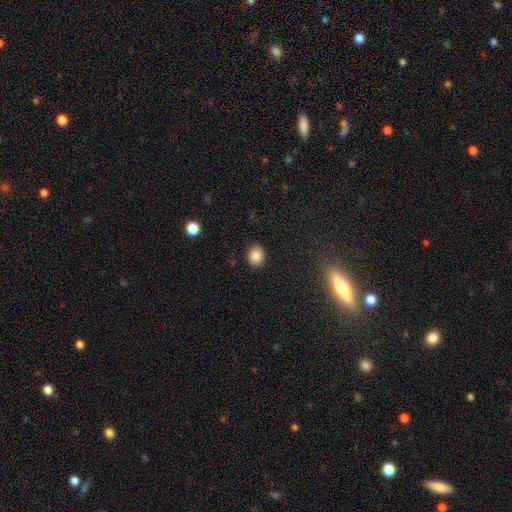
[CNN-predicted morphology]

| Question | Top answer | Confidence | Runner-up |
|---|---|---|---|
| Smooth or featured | smooth | 87% | star or artifact (10%) |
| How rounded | round | 68% | in between (31%) |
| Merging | none | 89% | minor disturbance (7%) |